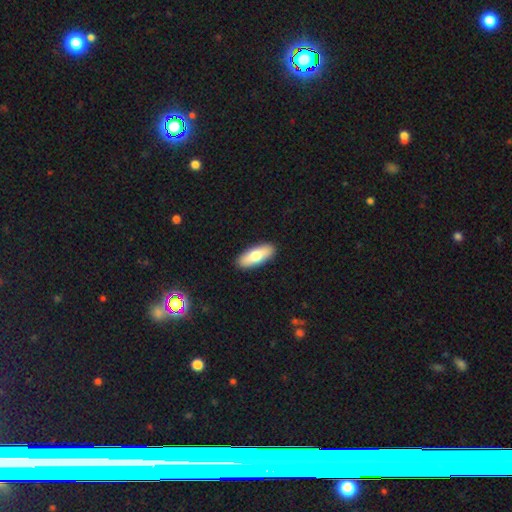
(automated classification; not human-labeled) Overall: smooth (73%). How rounded: in between (71%). Merging: none (91%).